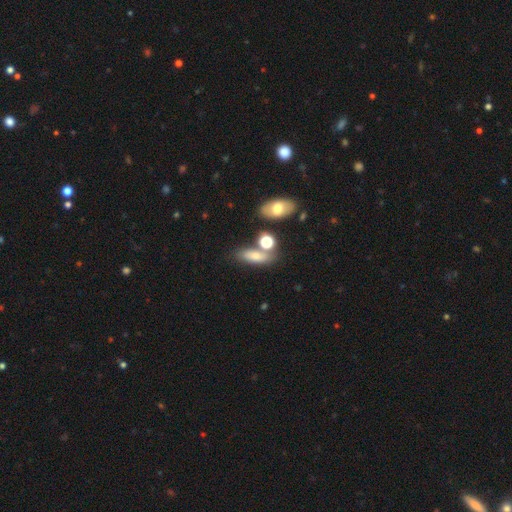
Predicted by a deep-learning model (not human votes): smooth_or_featured: smooth (p=0.72) [alt: featured or disk p=0.16]
how_rounded: in between (p=0.64) [alt: cigar-shaped p=0.24]
merging: none (p=0.59) [alt: merger p=0.20]